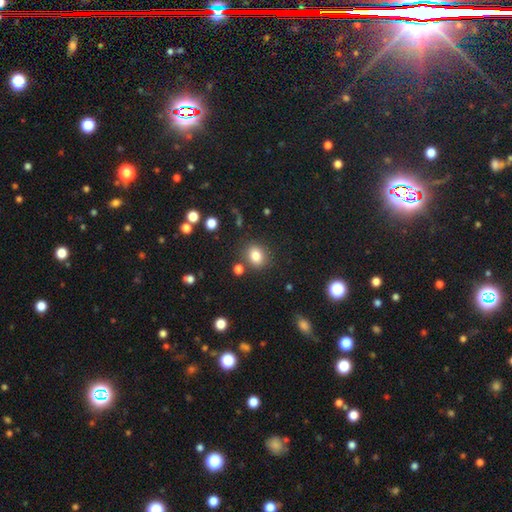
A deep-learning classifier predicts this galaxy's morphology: This is clearly a smooth galaxy (82%). How rounded: likely round (61%). Merging: clearly none (81%).